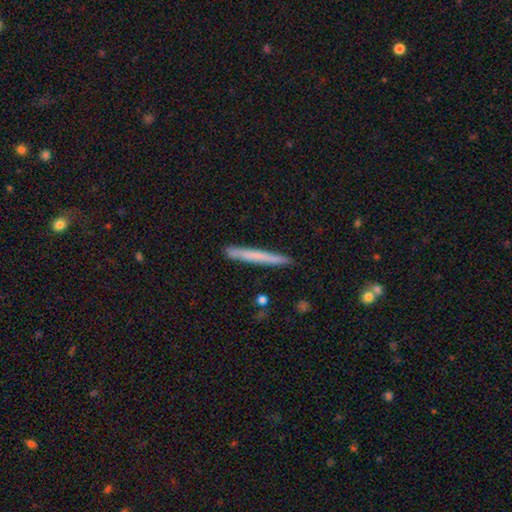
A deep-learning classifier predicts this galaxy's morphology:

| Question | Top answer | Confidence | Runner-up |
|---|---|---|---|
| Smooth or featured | smooth | 63% | featured or disk (31%) |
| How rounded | cigar-shaped | 97% | in between (2%) |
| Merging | none | 89% | minor disturbance (8%) |